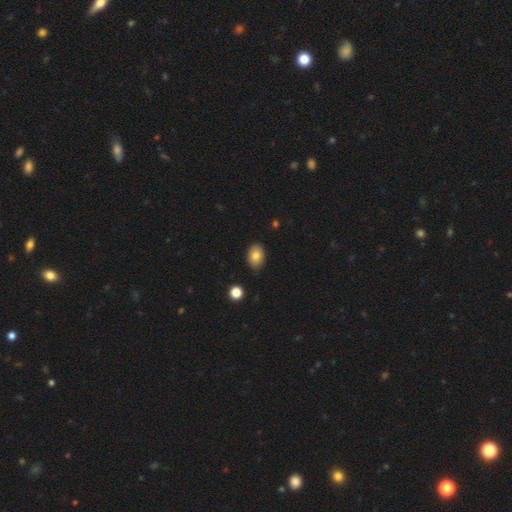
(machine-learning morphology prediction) Smooth or featured?
  - smooth: 82% *
  - featured or disk: 10%
  - star or artifact: 9%
How rounded?
  - in between: 81% *
  - round: 18%
  - cigar-shaped: 1%
Merging?
  - none: 83% *
  - minor disturbance: 13%
  - major disturbance: 2%
  - merger: 2%